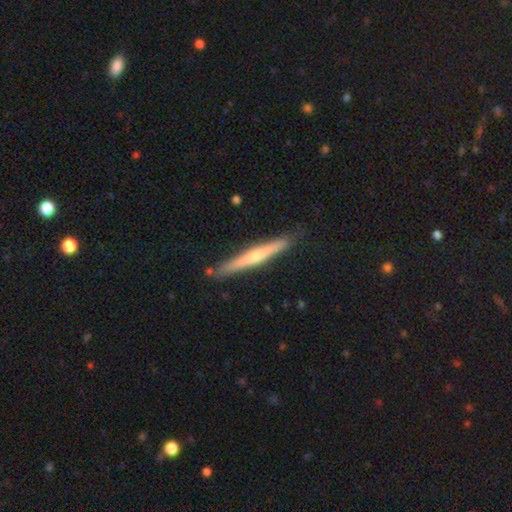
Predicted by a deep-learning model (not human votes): This is possibly a featured or disk galaxy (58%). It is clearly viewed edge-on (97%). Edge-on bulge: likely rounded (66%). Merging: clearly none (87%).